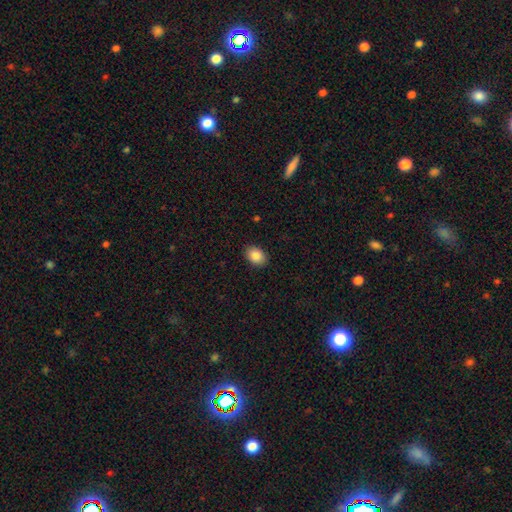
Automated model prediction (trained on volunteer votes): The model was most divided on "how rounded": in between: 81%, round: 18%, cigar-shaped: 1%. More confident: merging — none (90%); smooth or featured — smooth (87%).